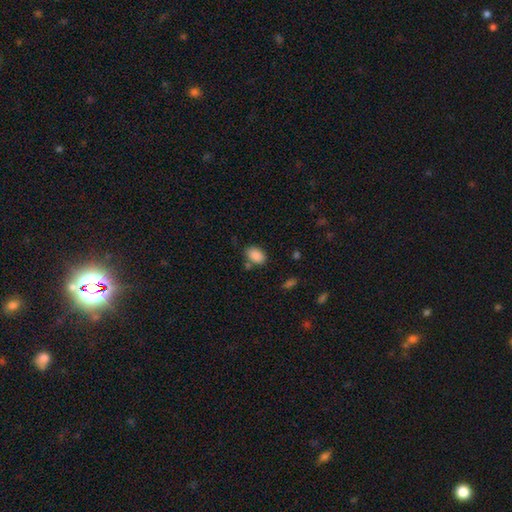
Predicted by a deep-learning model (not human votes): Smooth or featured: smooth — 88% (star or artifact — 8%)
How rounded: in between — 87% (round — 12%)
Merging: none — 72% (minor disturbance — 15%)